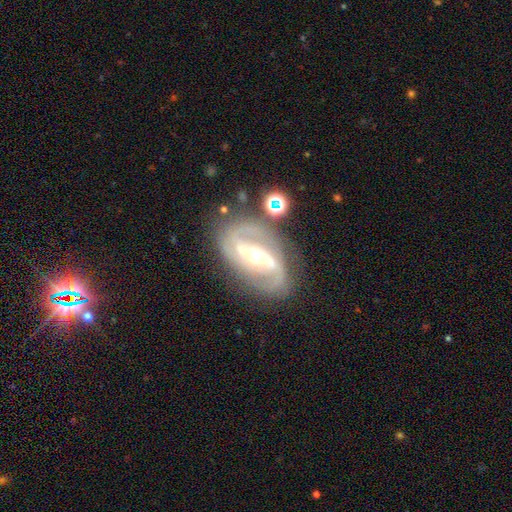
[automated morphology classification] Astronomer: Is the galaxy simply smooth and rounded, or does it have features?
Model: featured or disk — 89%.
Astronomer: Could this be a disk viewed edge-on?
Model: no — 96%.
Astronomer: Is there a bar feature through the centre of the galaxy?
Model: strong — 52% (runner-up: weak, 33%).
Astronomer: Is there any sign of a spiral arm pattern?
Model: yes — 96%.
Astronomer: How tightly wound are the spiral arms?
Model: medium — 51% (runner-up: tight, 27%).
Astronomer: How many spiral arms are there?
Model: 2 — 86%.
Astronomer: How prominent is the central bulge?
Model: moderate — 66%.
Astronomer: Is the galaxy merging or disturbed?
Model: none — 75%.